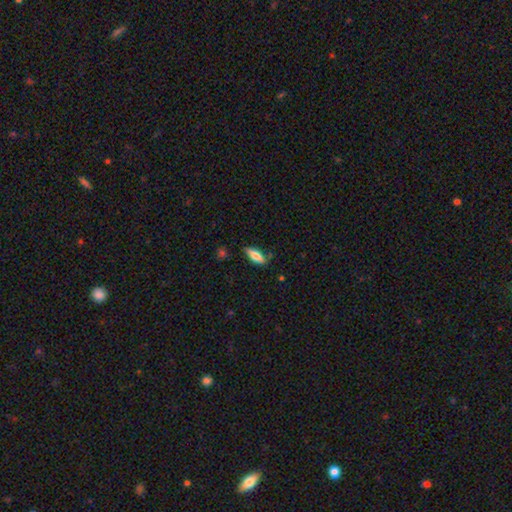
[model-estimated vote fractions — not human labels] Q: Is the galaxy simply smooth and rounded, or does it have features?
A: smooth — 69%.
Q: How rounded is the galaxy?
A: in between — 63%.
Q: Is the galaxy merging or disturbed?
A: none — 77%.